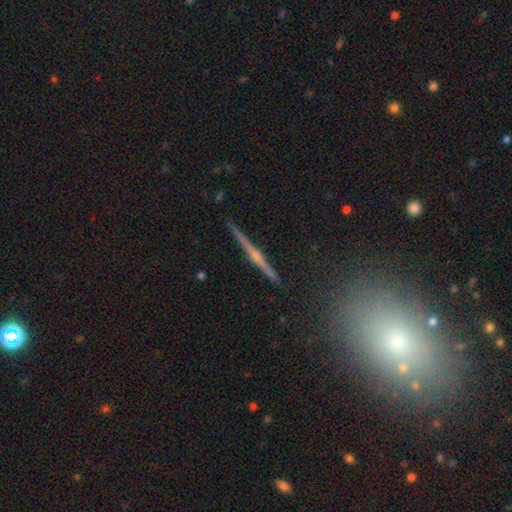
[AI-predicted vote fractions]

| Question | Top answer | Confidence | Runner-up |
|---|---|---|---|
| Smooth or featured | featured or disk | 67% | smooth (20%) |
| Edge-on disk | yes | 94% | no (6%) |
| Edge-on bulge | rounded | 66% | none (24%) |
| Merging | none | 89% | minor disturbance (7%) |